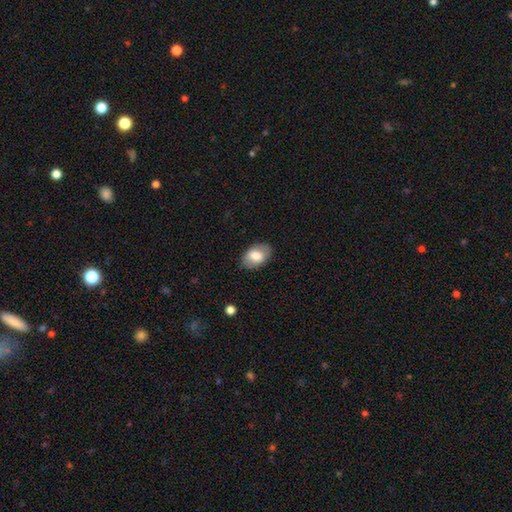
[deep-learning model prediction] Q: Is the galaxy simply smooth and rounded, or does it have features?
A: smooth — 72%.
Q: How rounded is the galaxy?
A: in between — 89%.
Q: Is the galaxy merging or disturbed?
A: none — 83%.